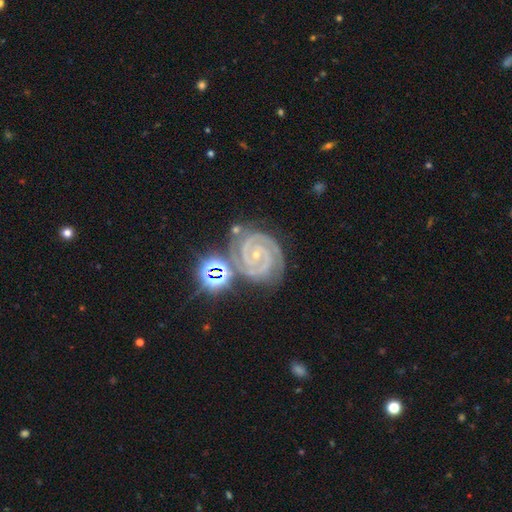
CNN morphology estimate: Q: Smooth or featured?
A: featured or disk (92%); runner-up: star or artifact (6%)
Q: Edge-on disk?
A: no (98%); runner-up: yes (2%)
Q: Bar?
A: no (62%); runner-up: weak (24%)
Q: Spiral arms?
A: yes (99%); runner-up: no (1%)
Q: Spiral winding?
A: tight (83%); runner-up: medium (16%)
Q: Spiral arm count?
A: 2 (76%); runner-up: 3 (14%)
Q: Bulge size?
A: small (82%); runner-up: moderate (15%)
Q: Merging?
A: none (73%); runner-up: minor disturbance (16%)